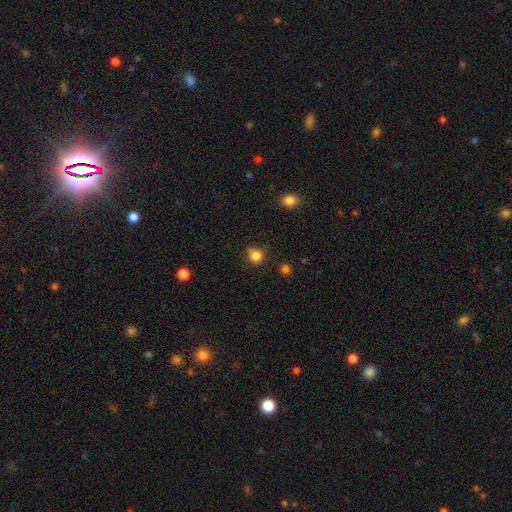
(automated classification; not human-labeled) smooth-or-featured: smooth: 84% | star or artifact: 12% | featured or disk: 4%
  how-rounded: round: 82% | in between: 17% | cigar-shaped: 1%
  merging: none: 74% | minor disturbance: 19% | major disturbance: 5% | merger: 2%